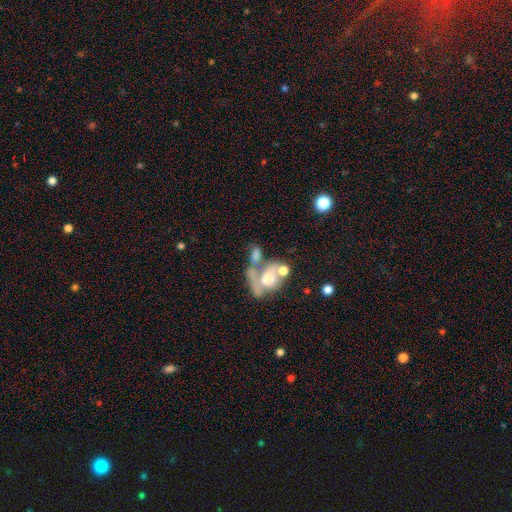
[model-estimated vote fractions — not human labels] smooth-or-featured: smooth: 46% | featured or disk: 40% | star or artifact: 14%
  merging: merger: 53% | major disturbance: 19% | none: 18% | minor disturbance: 10%